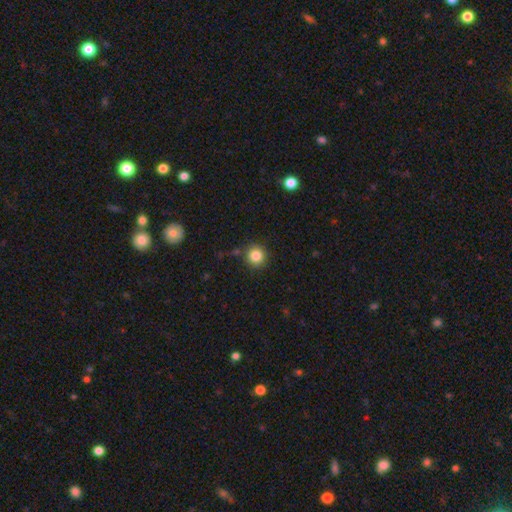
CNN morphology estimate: Q: Smooth or featured?
A: smooth (84%); runner-up: star or artifact (11%)
Q: How rounded?
A: round (93%); runner-up: in between (6%)
Q: Merging?
A: none (85%); runner-up: minor disturbance (9%)